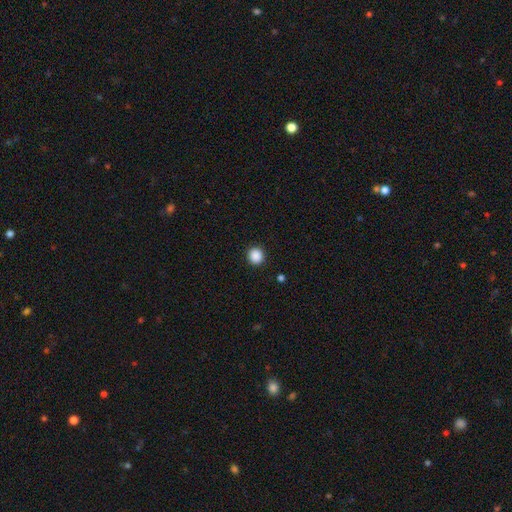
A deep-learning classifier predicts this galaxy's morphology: The model was most divided on "smooth or featured": smooth: 89%, star or artifact: 9%, featured or disk: 2%. More confident: merging — none (92%); how rounded — round (91%).